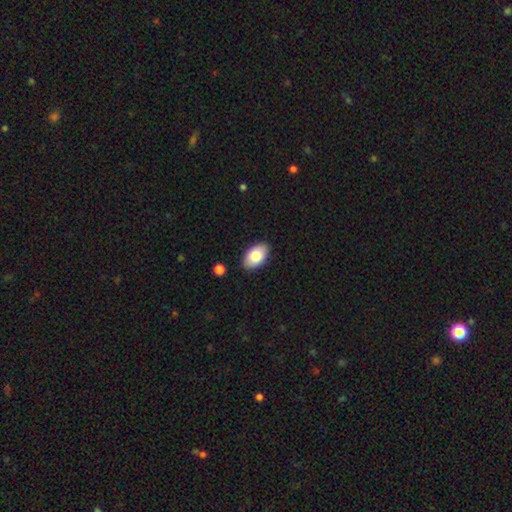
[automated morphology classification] This appears to be a smooth galaxy with no disk features (81%) that is in between round and cigar-shaped (94%). Merging: none (88%).